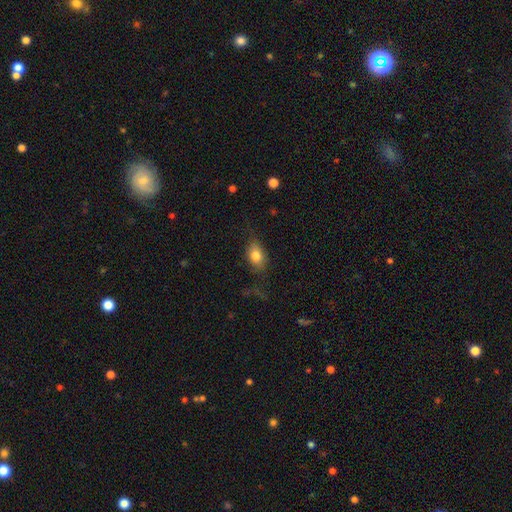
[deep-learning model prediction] Smooth or featured?
  - smooth: 78% *
  - featured or disk: 13%
  - star or artifact: 9%
How rounded?
  - in between: 80% *
  - round: 17%
  - cigar-shaped: 3%
Merging?
  - none: 67% *
  - minor disturbance: 21%
  - major disturbance: 10%
  - merger: 2%